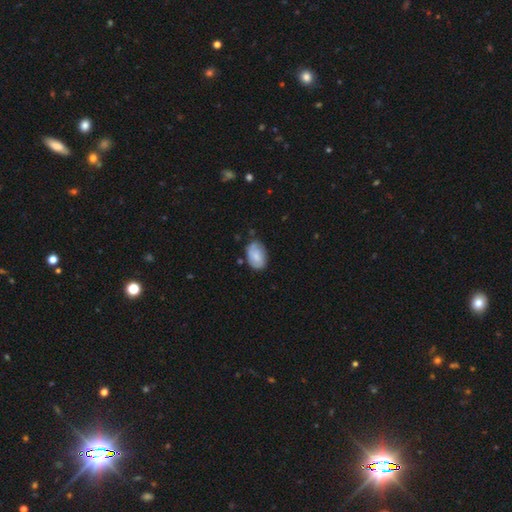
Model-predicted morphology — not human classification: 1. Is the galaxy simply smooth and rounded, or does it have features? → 66% smooth, 27% featured or disk, 7% star or artifact.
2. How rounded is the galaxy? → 88% in between, 10% round, 1% cigar-shaped.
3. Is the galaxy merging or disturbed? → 68% none, 25% minor disturbance, 5% major disturbance, 3% merger.